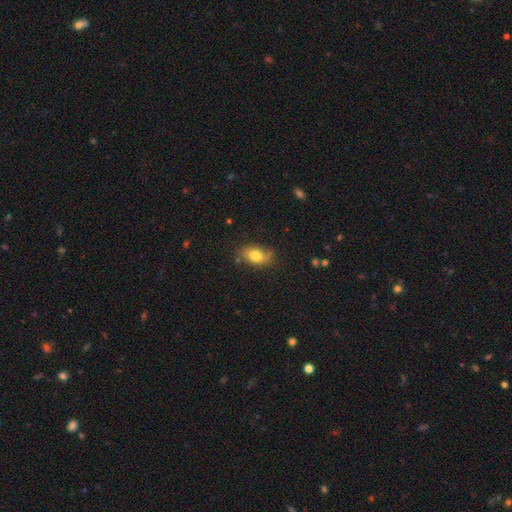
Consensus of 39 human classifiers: Overall: smooth (85%). How rounded: in between (91%). Merging: none (63%; minor disturbance 29%).